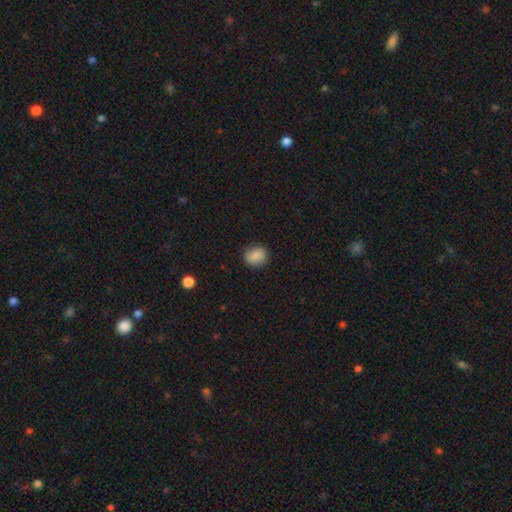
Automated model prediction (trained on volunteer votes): Smooth or featured? Predicted: smooth (p=0.86). How rounded? Predicted: round (p=0.65). Merging? Predicted: none (p=0.85).